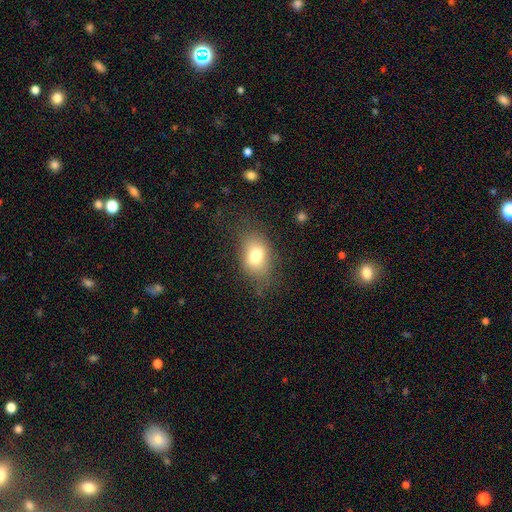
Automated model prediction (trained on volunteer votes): A smooth galaxy with no disk features (73%) that is in between round and cigar-shaped (77%). Merging: none (65%).